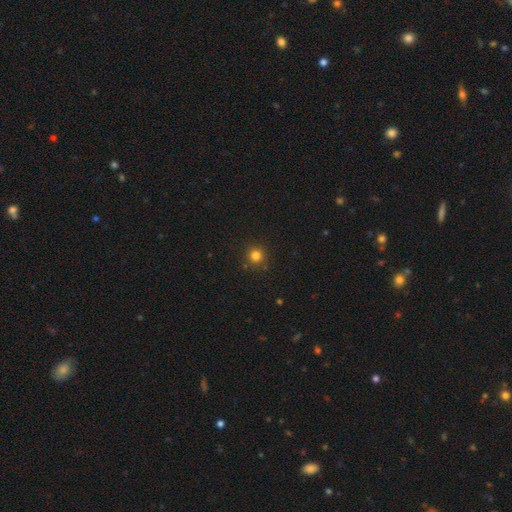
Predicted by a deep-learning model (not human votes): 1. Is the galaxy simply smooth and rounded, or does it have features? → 81% smooth, 14% star or artifact, 5% featured or disk.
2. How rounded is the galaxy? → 95% round, 4% in between, 1% cigar-shaped.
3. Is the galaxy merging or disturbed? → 89% none, 7% minor disturbance, 2% major disturbance, 2% merger.